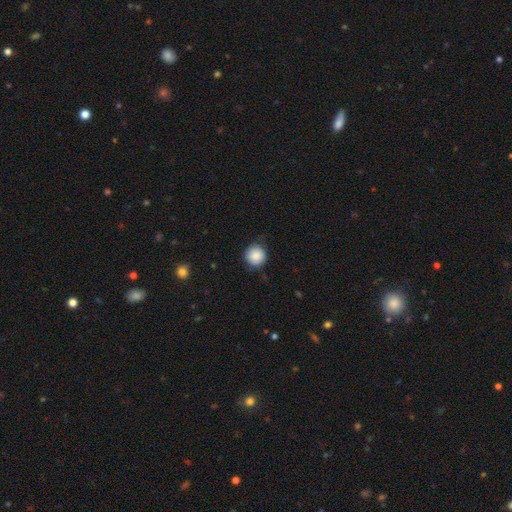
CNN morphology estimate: A smooth galaxy with no disk features (87%) that is round (94%).

Vote fractions:
- Smooth or featured? smooth: 87% / star or artifact: 8% / featured or disk: 5%
- How rounded? round: 94% / in between: 5% / cigar-shaped: 1%
- Merging? none: 82% / minor disturbance: 14% / major disturbance: 3% / merger: 1%